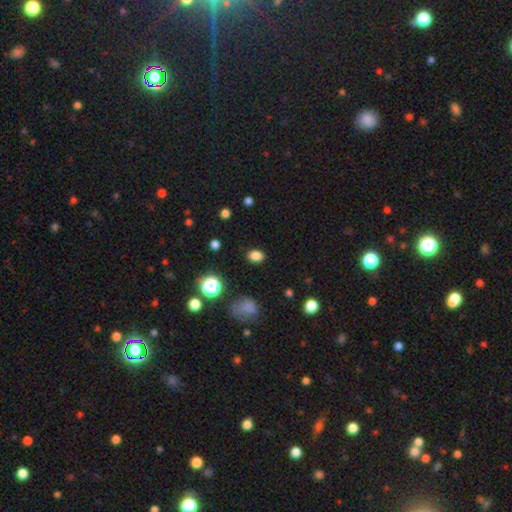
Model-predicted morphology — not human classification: Smooth or featured? Predicted: smooth (p=0.81). How rounded? Predicted: in between (p=0.68). Merging? Predicted: none (p=0.87).